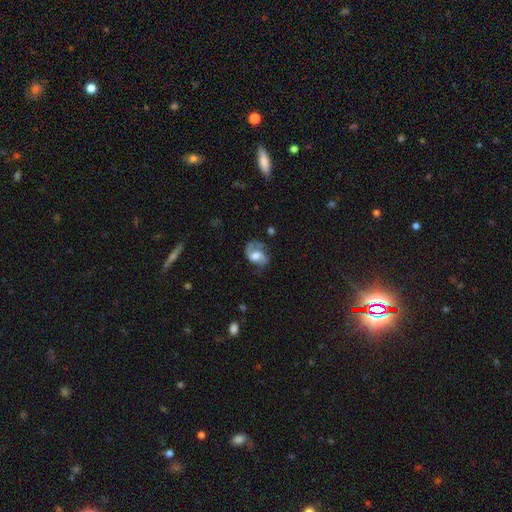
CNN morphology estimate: Smooth or featured?
  - featured or disk: 68% *
  - smooth: 25%
  - star or artifact: 7%
Edge-on disk?
  - no: 97% *
  - yes: 3%
Bar?
  - no: 44% *
  - weak: 42%
  - strong: 14%
Spiral arms?
  - yes: 88% *
  - no: 12%
Spiral winding?
  - medium: 44% *
  - loose: 39%
  - tight: 17%
Spiral arm count?
  - 2: 69% *
  - 1: 21%
  - can't tell: 7%
  - 3: 1%
  - 4: 1%
  - more than 4: 1%
Bulge size?
  - moderate: 52% *
  - large: 25%
  - small: 15%
  - none: 5%
  - dominant: 2%
Merging?
  - none: 50% *
  - minor disturbance: 25%
  - major disturbance: 23%
  - merger: 3%